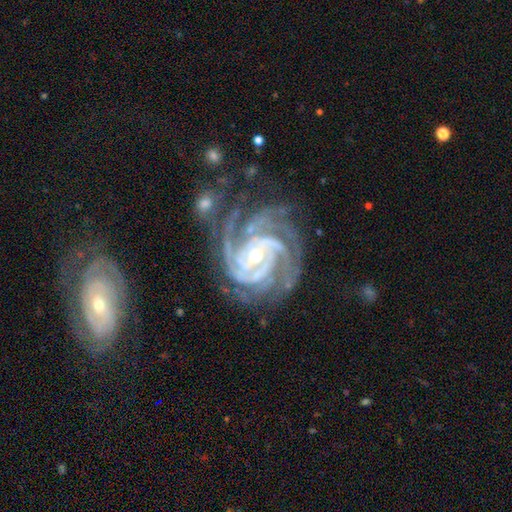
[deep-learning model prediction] Morphology: type=featured or disk (93%); edge-on=no (98%); bar=no (48%); spiral arms=yes (99%); winding=tight (70%); arm count=3 (35%); bulge=moderate (55%); merging=none (62%).